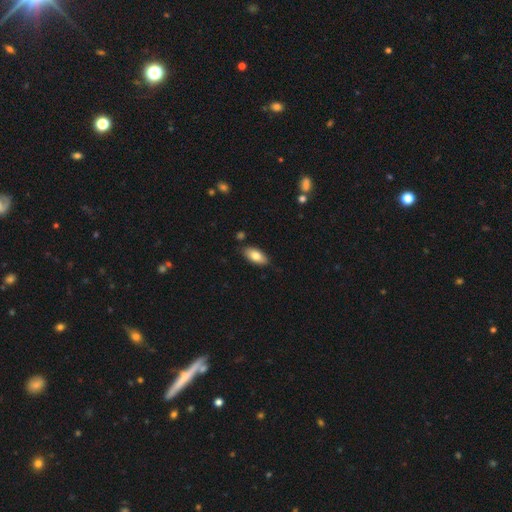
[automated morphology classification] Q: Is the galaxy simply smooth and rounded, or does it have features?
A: smooth — 79%.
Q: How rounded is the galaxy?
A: in between — 90%.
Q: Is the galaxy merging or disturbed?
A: none — 84%.